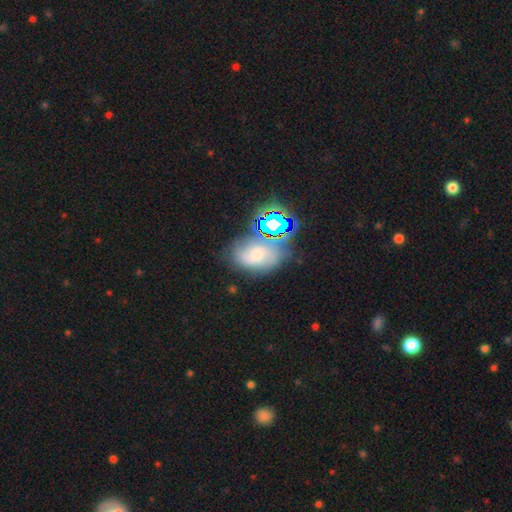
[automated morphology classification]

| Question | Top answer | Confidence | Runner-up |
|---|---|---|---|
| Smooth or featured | star or artifact | 36% | tied: featured or disk (36%) |